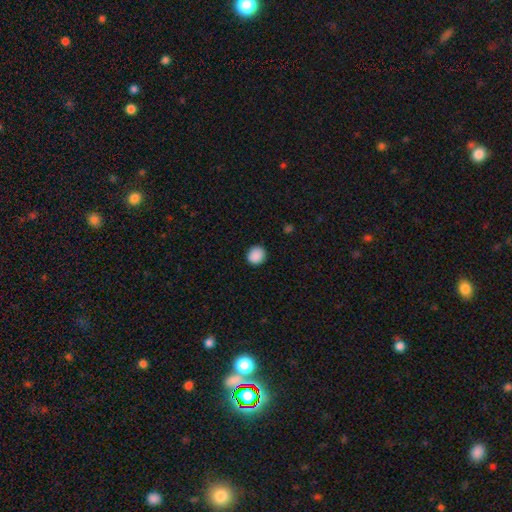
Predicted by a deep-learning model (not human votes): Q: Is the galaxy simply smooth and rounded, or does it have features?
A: smooth — 89%.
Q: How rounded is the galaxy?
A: round — 84%.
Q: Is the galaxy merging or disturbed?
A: none — 90%.